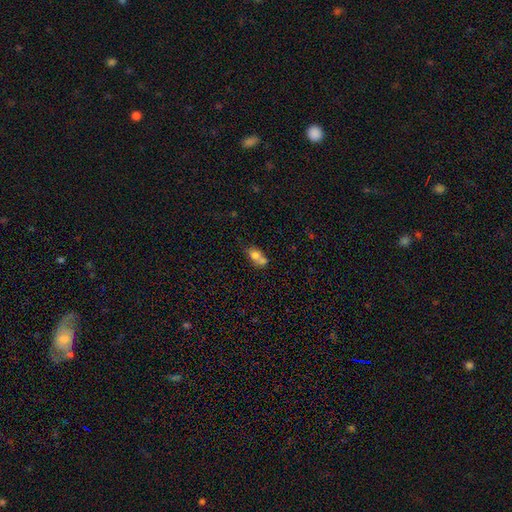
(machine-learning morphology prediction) Smooth or featured?
  - smooth: 71% *
  - featured or disk: 18%
  - star or artifact: 11%
How rounded?
  - in between: 70% *
  - round: 24%
  - cigar-shaped: 6%
Merging?
  - merger: 49% *
  - none: 29%
  - minor disturbance: 14%
  - major disturbance: 7%